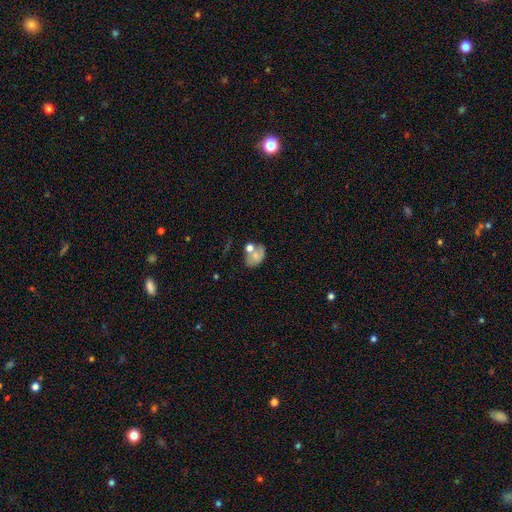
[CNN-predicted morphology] This is likely a smooth galaxy (60%). How rounded: likely in between (72%). Merging: marginally none (36%).